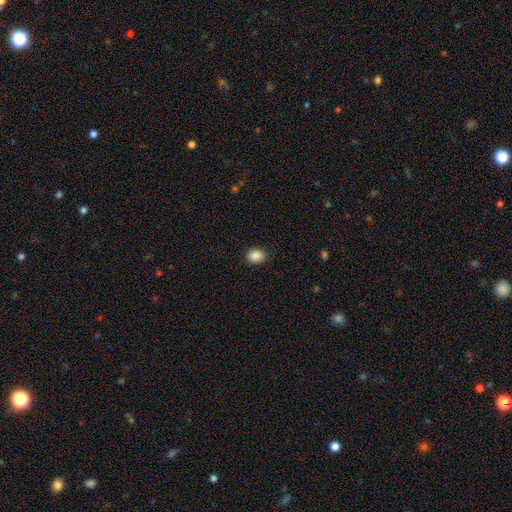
Volunteers were most divided on "how rounded": round: 53%, in between: 47%, cigar-shaped: 0%. More confident: smooth or featured — smooth (97%); merging — none (95%).